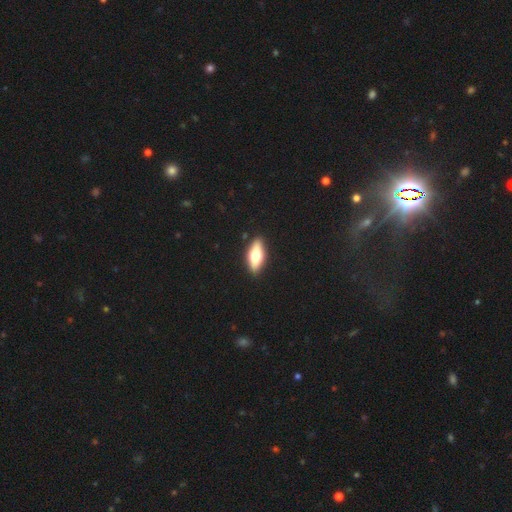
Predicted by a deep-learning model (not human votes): Overall: smooth (64%; featured or disk 30%). How rounded: in between (71%). Merging: none (90%).